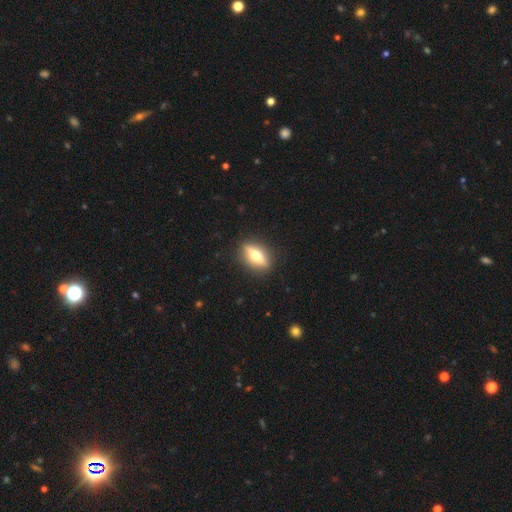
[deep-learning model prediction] featured or disk 50%, smooth 43%, star or artifact 7%. Down the decision tree: merging — none (88%).